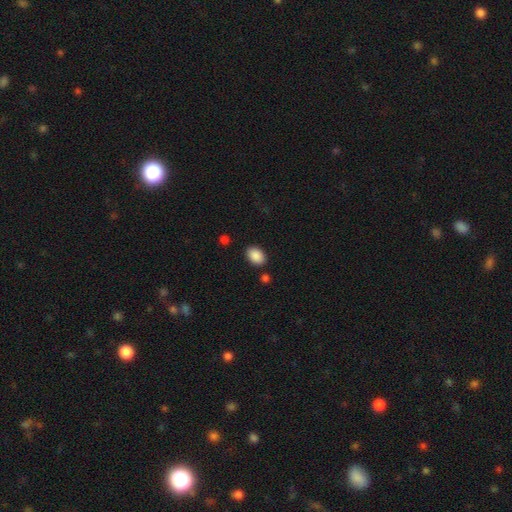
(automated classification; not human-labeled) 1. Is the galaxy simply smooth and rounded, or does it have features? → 89% smooth, 7% star or artifact, 3% featured or disk.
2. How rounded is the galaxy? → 83% in between, 16% round, 1% cigar-shaped.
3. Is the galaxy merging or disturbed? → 85% none, 9% minor disturbance, 3% merger, 3% major disturbance.